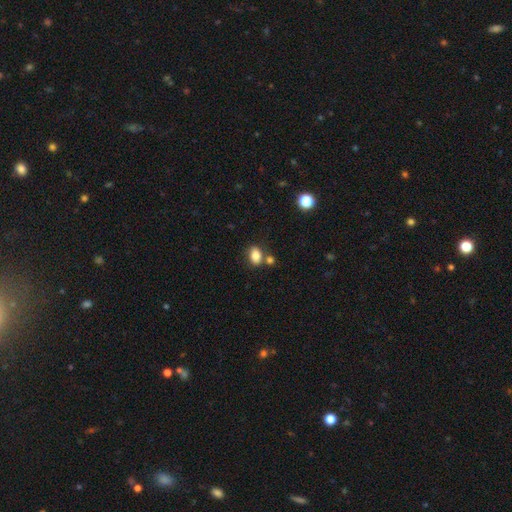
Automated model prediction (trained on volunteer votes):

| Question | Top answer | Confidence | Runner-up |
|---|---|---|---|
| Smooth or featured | smooth | 83% | star or artifact (9%) |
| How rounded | in between | 80% | round (19%) |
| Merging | none | 65% | merger (19%) |